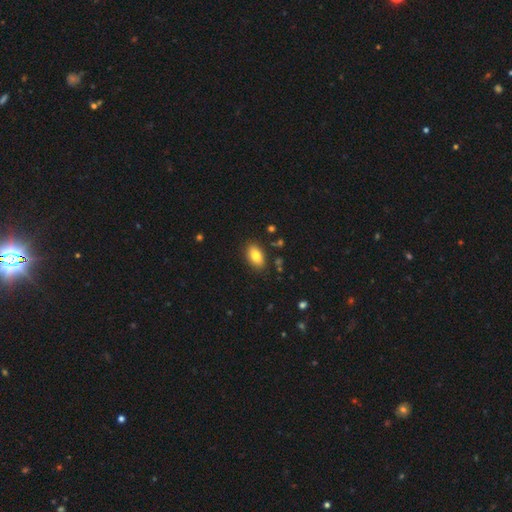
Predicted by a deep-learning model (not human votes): smooth_or_featured: smooth (p=0.82) [alt: featured or disk p=0.10]
how_rounded: in between (p=0.91) [alt: round p=0.06]
merging: none (p=0.86) [alt: minor disturbance p=0.09]